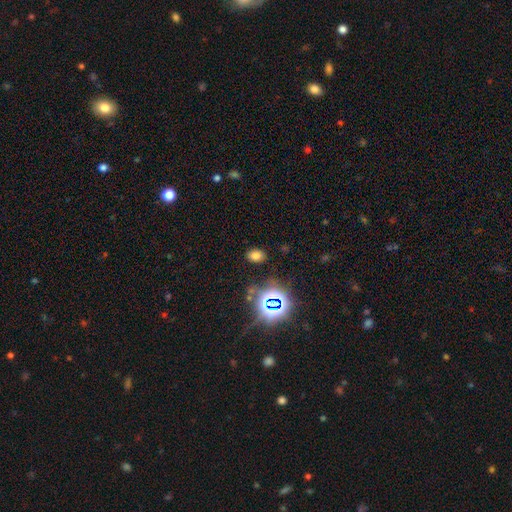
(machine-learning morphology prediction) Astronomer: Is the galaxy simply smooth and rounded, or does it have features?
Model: smooth — 67%.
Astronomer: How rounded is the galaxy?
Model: in between — 79%.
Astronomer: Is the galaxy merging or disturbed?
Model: none — 84%.